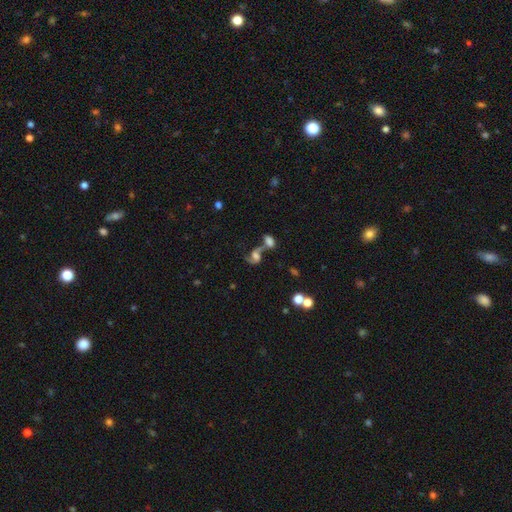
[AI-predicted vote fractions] This appears to be a featured or disk galaxy (65%) with no bar (58%), 2 (81%) loose (59%) spiral arms (88%) and a moderate central bulge (37%). Merging: merger (49%).